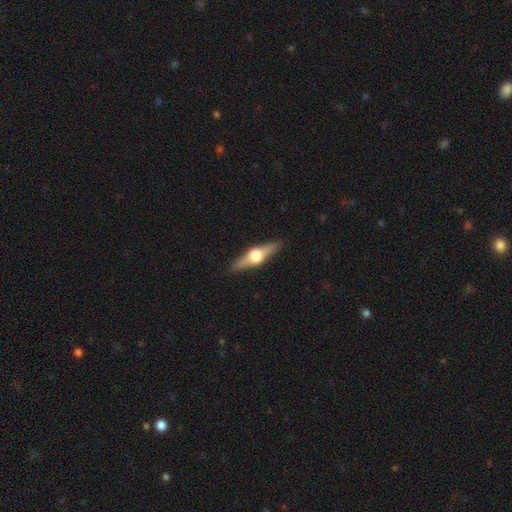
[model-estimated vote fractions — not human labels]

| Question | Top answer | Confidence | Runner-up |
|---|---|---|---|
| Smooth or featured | featured or disk | 73% | smooth (22%) |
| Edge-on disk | yes | 97% | no (3%) |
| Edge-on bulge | rounded | 95% | boxy (4%) |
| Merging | none | 90% | minor disturbance (7%) |